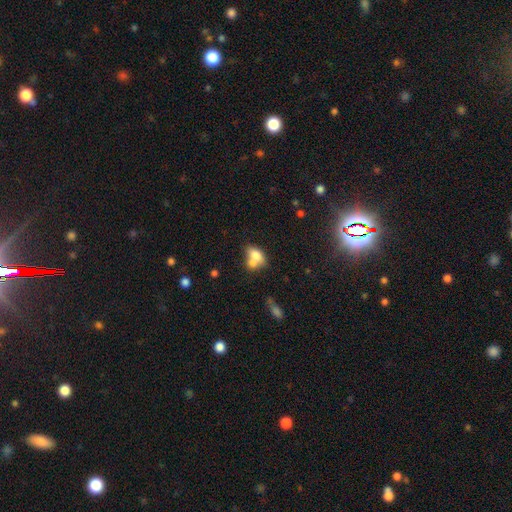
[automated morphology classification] Smooth or featured? smooth (71%)
How rounded? in between (78%)
Merging? merger (57%)